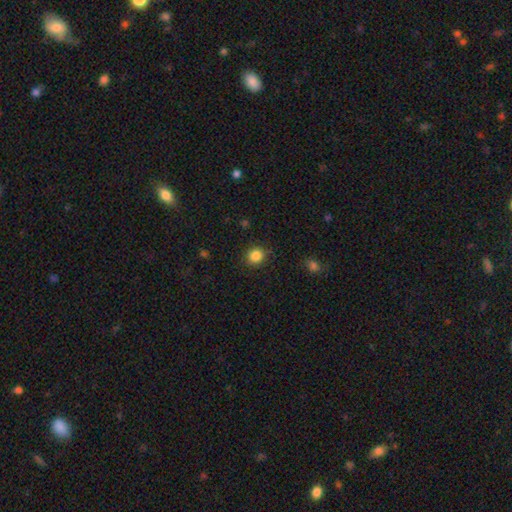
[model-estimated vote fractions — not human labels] This appears to be a smooth galaxy with no disk features (85%) that is round (84%). Merging: none (86%).